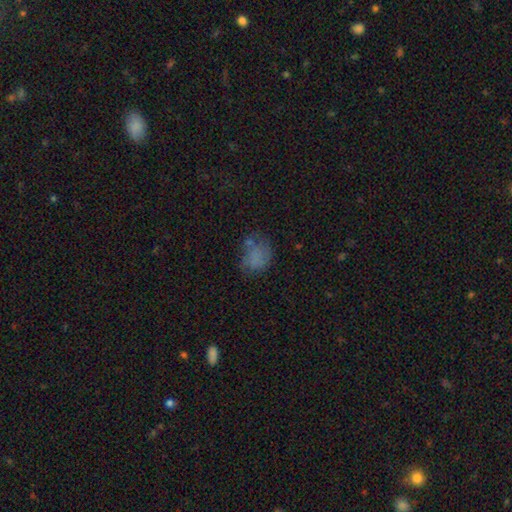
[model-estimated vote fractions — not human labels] This appears to be a smooth galaxy with no disk features (63%) that is in between round and cigar-shaped (53%). Merging: none (48%).